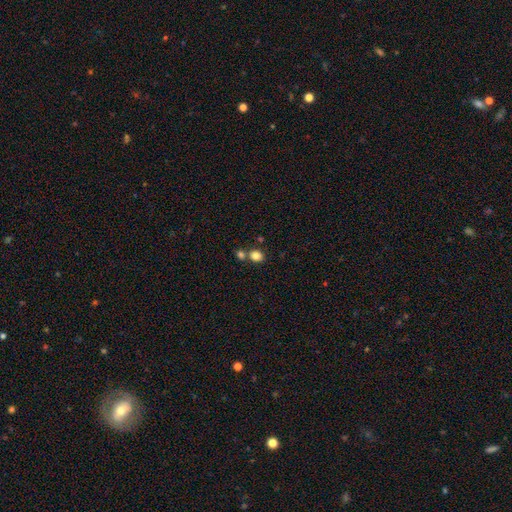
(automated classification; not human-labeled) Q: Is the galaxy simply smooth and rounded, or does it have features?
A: smooth — 83%.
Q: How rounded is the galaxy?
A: round — 62%.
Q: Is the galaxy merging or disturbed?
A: none — 59%.